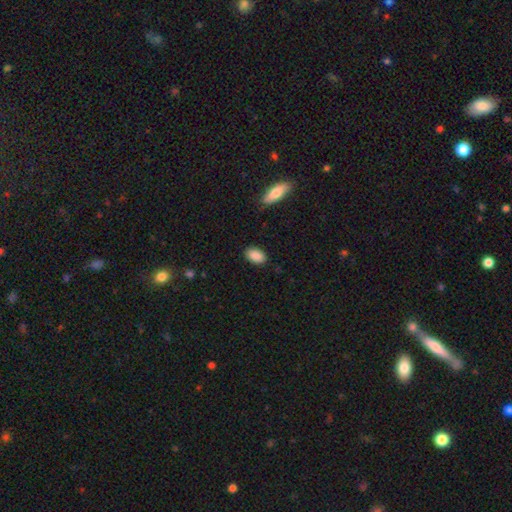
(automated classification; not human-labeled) The model was most divided on "merging": none: 87%, minor disturbance: 10%, major disturbance: 2%, merger: 1%. More confident: how rounded — in between (90%); smooth or featured — smooth (89%).